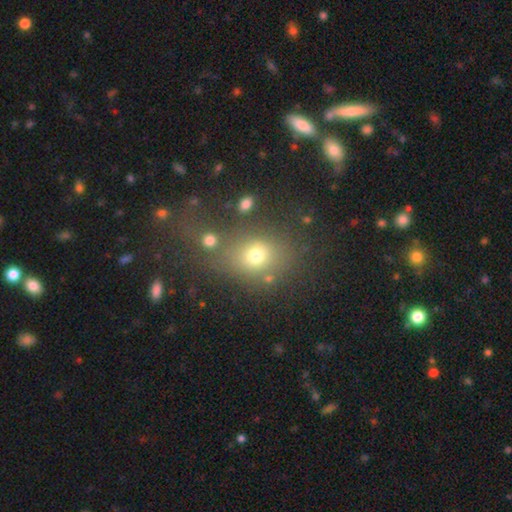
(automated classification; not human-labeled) smooth 69%, star or artifact 19%, featured or disk 11%. Down the decision tree: how rounded — round (58%); merging — none (62%).